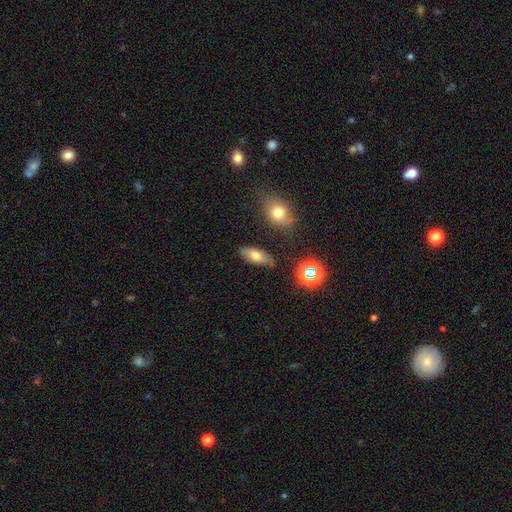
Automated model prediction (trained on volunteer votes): This is likely a smooth galaxy (68%). How rounded: clearly in between (80%). Merging: likely none (80%).